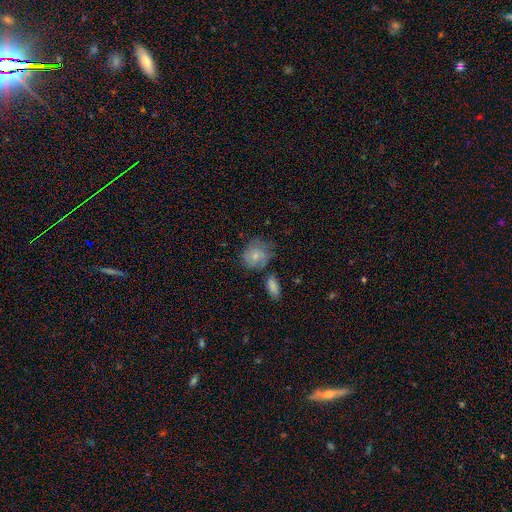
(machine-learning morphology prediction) A smooth galaxy with no disk features (64%) that is round (66%).

Vote fractions:
- Smooth or featured? smooth: 64% / featured or disk: 29% / star or artifact: 7%
- How rounded? round: 66% / in between: 32% / cigar-shaped: 1%
- Merging? none: 50% / minor disturbance: 28% / major disturbance: 13% / merger: 10%